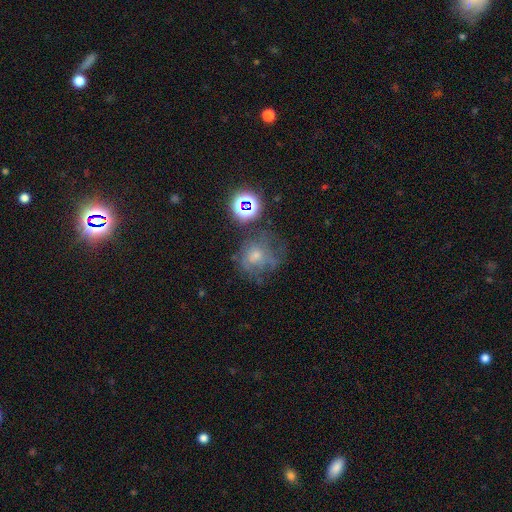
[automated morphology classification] smooth-or-featured: smooth: 49% | featured or disk: 29% | star or artifact: 22%
  merging: none: 41% | major disturbance: 28% | minor disturbance: 24% | merger: 7%